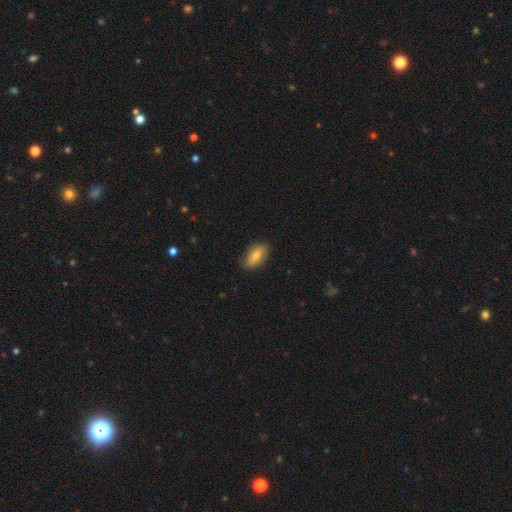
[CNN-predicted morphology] The model was most divided on "smooth or featured": smooth: 76%, featured or disk: 17%, star or artifact: 7%. More confident: how rounded — in between (90%); merging — none (79%).